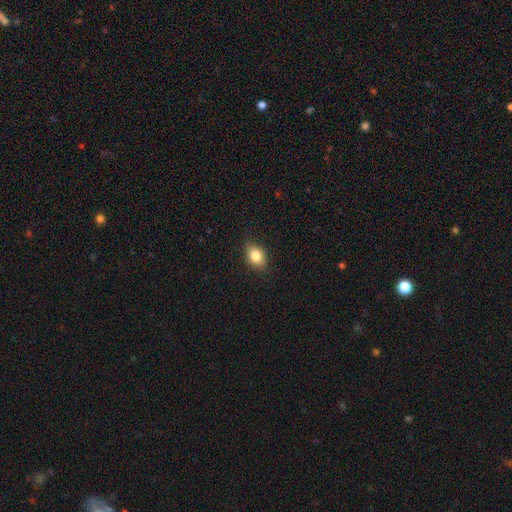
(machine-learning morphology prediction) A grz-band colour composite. It shows a smooth galaxy with no disk features (83%) that is in between round and cigar-shaped (74%). Merging: none (85%).